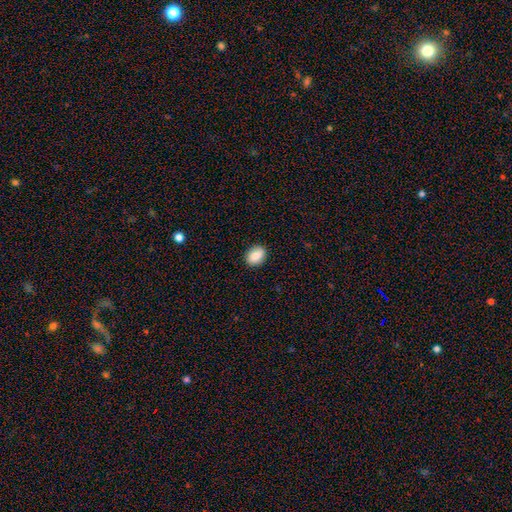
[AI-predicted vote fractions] smooth 86%, star or artifact 8%, featured or disk 7%. Down the decision tree: how rounded — in between (58%); merging — none (88%).